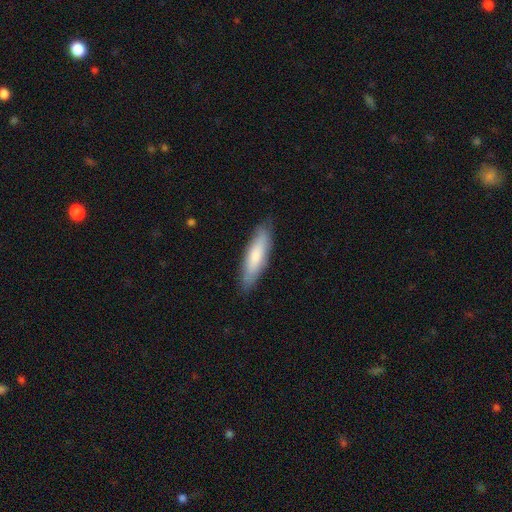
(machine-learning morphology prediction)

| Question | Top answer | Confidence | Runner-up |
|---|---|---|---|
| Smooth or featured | smooth | 75% | featured or disk (20%) |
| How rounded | cigar-shaped | 67% | in between (31%) |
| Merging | none | 83% | minor disturbance (13%) |